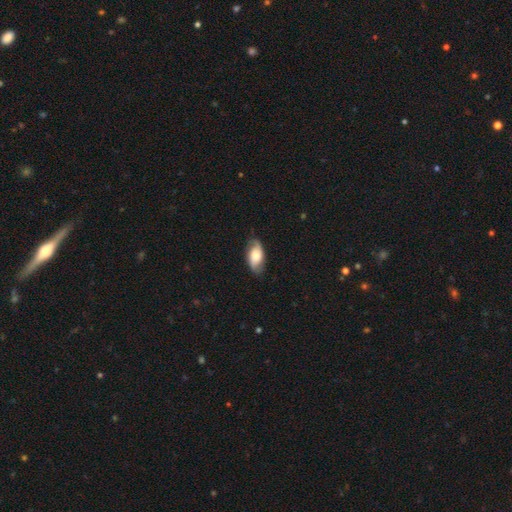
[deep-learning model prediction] This is possibly a smooth galaxy (49%). Merging: likely none (78%).